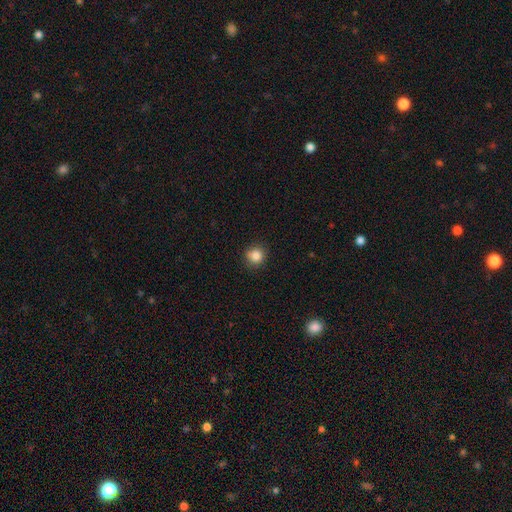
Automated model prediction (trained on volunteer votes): Smooth or featured? Predicted: smooth (p=0.85). How rounded? Predicted: round (p=0.89). Merging? Predicted: none (p=0.82).